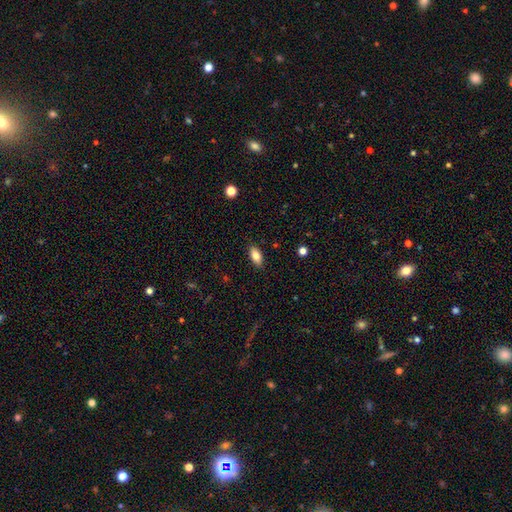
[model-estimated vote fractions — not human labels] A smooth galaxy with no disk features (83%) that is in between round and cigar-shaped (89%).

Vote fractions:
- Smooth or featured? smooth: 83% / featured or disk: 9% / star or artifact: 8%
- How rounded? in between: 89% / cigar-shaped: 8% / round: 3%
- Merging? none: 87% / minor disturbance: 10% / major disturbance: 2% / merger: 1%